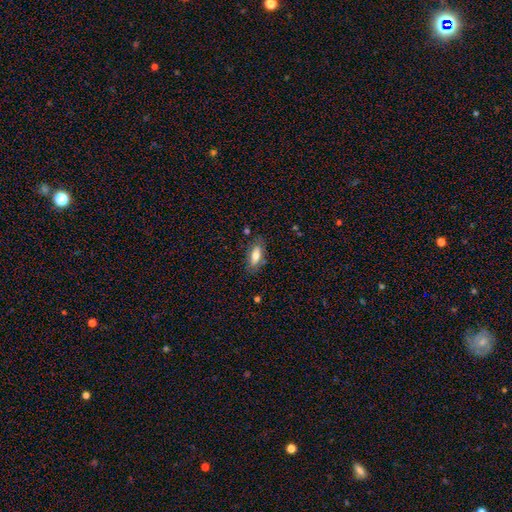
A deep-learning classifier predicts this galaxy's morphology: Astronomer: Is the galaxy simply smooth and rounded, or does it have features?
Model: smooth — 69%.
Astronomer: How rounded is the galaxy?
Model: in between — 80%.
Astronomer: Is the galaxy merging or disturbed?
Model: none — 78%.